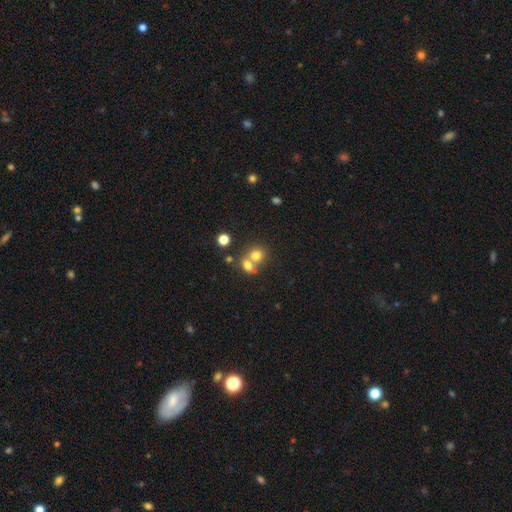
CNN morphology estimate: smooth 74%, featured or disk 13%, star or artifact 13%. Down the decision tree: how rounded — round (70%); merging — merger (57%).